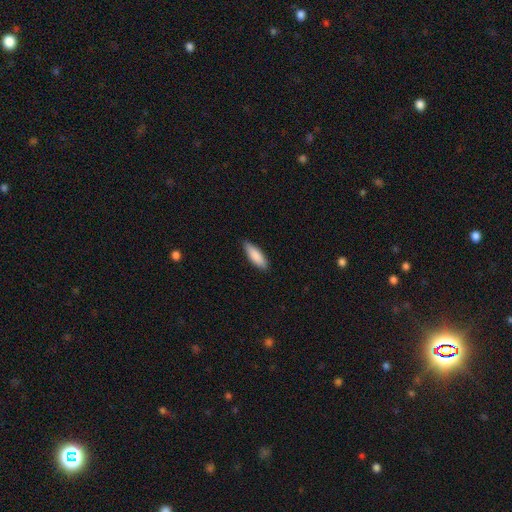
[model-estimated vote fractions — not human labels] This appears to be a smooth galaxy with no disk features (87%) that is in between round and cigar-shaped (55%). Merging: none (88%).